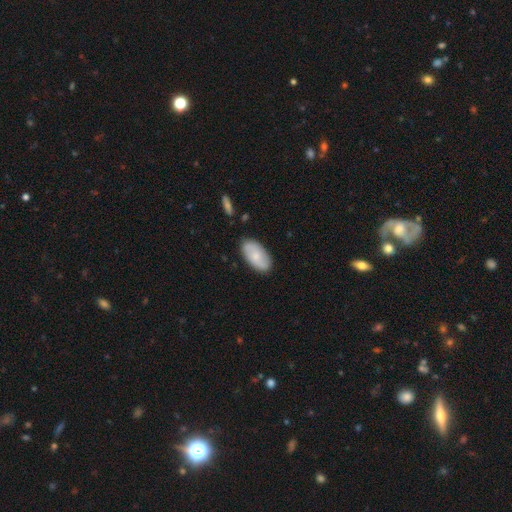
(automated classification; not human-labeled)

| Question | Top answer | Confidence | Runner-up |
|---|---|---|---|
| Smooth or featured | smooth | 64% | featured or disk (30%) |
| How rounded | in between | 94% | cigar-shaped (3%) |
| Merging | none | 83% | minor disturbance (12%) |